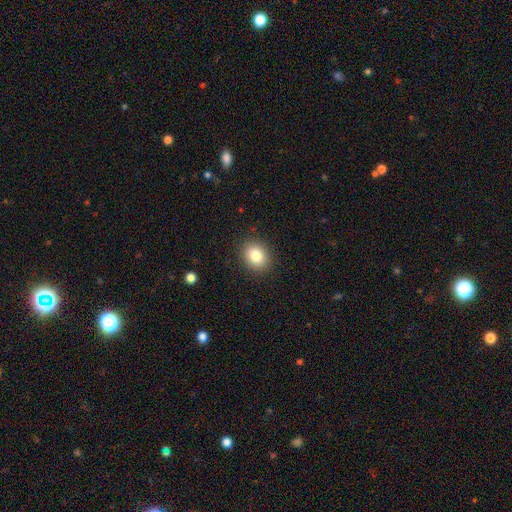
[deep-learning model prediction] smooth 83%, star or artifact 10%, featured or disk 7%. Down the decision tree: how rounded — round (55%); merging — none (89%).